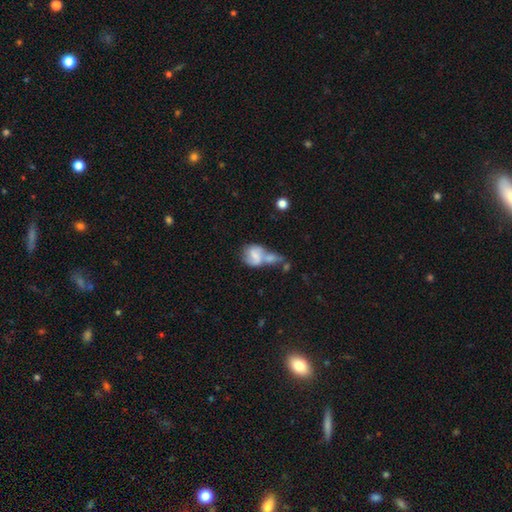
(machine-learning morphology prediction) type=smooth (47%); merging=merger (59%).